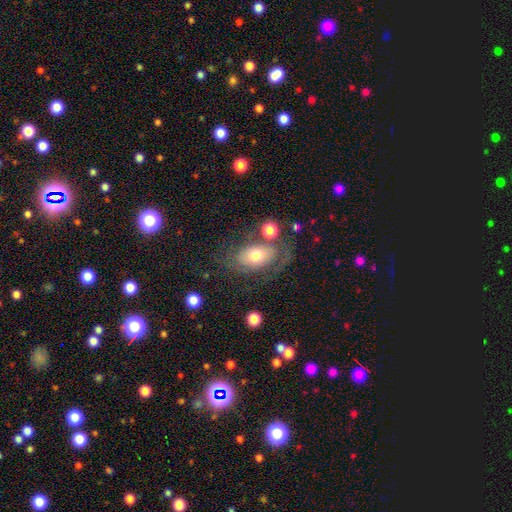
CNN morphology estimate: A featured or disk galaxy (46%). Merging: none (53%).